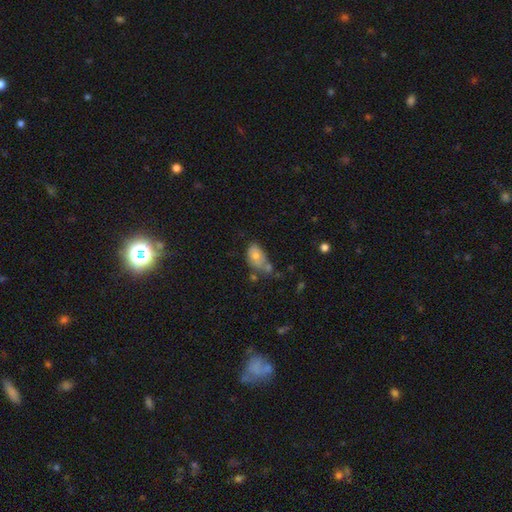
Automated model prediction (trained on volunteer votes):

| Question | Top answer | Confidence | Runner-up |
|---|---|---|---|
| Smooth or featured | smooth | 71% | featured or disk (20%) |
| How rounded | in between | 88% | round (11%) |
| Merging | none | 38% | minor disturbance (28%) |